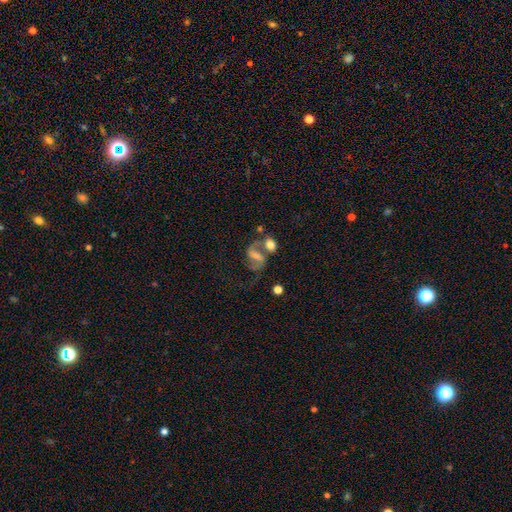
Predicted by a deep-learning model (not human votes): smooth_or_featured: featured or disk (p=0.71) [alt: smooth p=0.19]
disk_edge_on: no (p=0.97) [alt: yes p=0.03]
bar: strong (p=0.45) [alt: weak p=0.39]
has_spiral_arms: yes (p=0.88) [alt: no p=0.12]
spiral_winding: loose (p=0.52) [alt: medium p=0.39]
spiral_arm_count: 2 (p=0.87) [alt: 1 p=0.05]
bulge_size: small (p=0.35) [alt: moderate p=0.34]
merging: none (p=0.39) [alt: merger p=0.32]